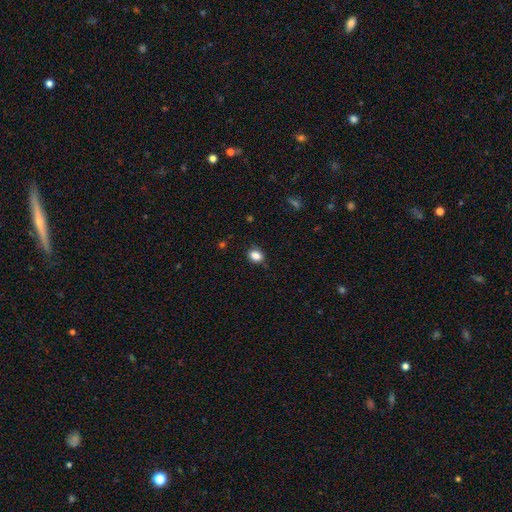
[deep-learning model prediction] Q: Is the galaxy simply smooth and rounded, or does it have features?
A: smooth — 86%.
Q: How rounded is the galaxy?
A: in between — 51%.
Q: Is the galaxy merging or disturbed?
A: none — 79%.